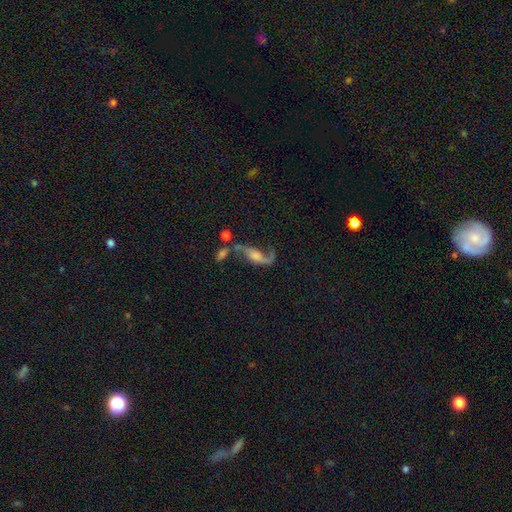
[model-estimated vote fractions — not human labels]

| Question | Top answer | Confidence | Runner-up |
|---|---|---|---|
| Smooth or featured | featured or disk | 78% | smooth (13%) |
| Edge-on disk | no | 90% | yes (10%) |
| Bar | no | 53% | weak (34%) |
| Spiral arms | yes | 92% | no (8%) |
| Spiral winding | loose | 83% | medium (13%) |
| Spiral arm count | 2 | 84% | 1 (10%) |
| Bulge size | moderate | 36% | small (26%) |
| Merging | none | 42% | merger (23%) |